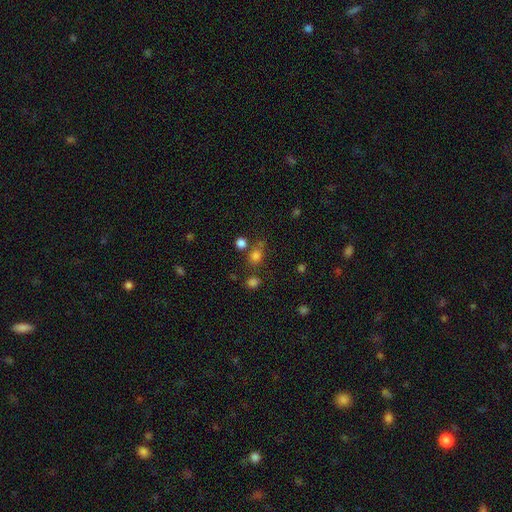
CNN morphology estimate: The model was most divided on "how rounded": round: 72%, in between: 27%, cigar-shaped: 1%. More confident: smooth or featured — smooth (74%); merging — none (63%).